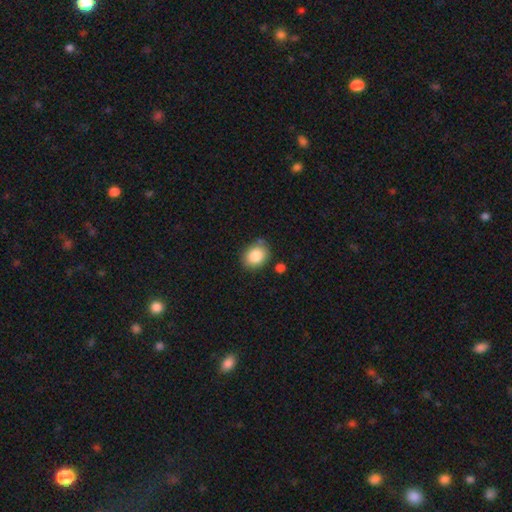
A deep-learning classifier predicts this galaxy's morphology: smooth_or_featured: smooth (p=0.86) [alt: star or artifact p=0.08]
how_rounded: in between (p=0.53) [alt: round p=0.46]
merging: none (p=0.76) [alt: minor disturbance p=0.15]